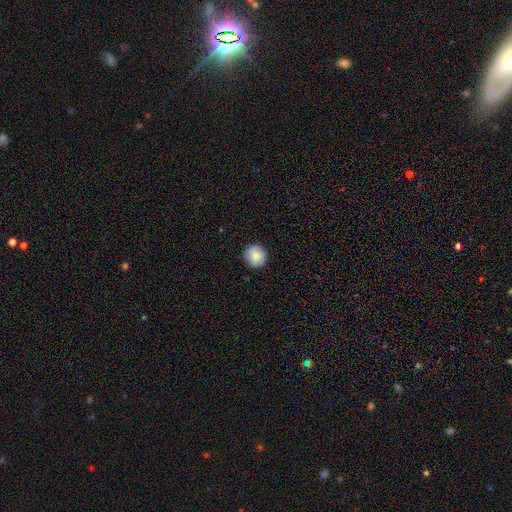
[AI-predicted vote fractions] smooth-or-featured: smooth: 85% | star or artifact: 8% | featured or disk: 7%
  how-rounded: round: 90% | in between: 9% | cigar-shaped: 1%
  merging: none: 88% | minor disturbance: 9% | major disturbance: 2% | merger: 1%